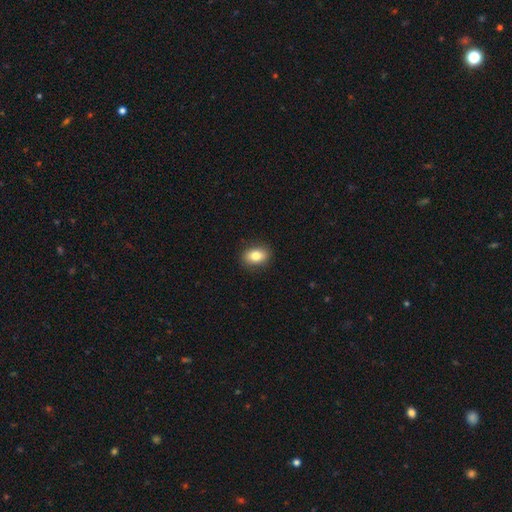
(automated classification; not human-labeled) A smooth galaxy with no disk features (83%) that is in between round and cigar-shaped (80%).

Vote fractions:
- Smooth or featured? smooth: 83% / featured or disk: 9% / star or artifact: 8%
- How rounded? in between: 80% / round: 19% / cigar-shaped: 2%
- Merging? none: 89% / minor disturbance: 8% / major disturbance: 2% / merger: 1%